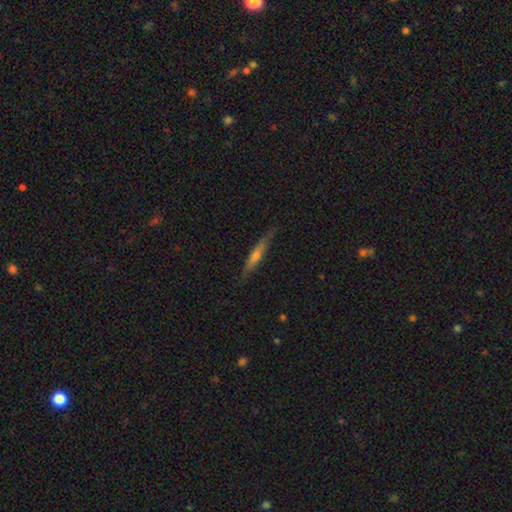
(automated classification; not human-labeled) Smooth or featured? Predicted: featured or disk (p=0.51). Edge-on disk? Predicted: yes (p=0.93). Merging? Predicted: none (p=0.82).